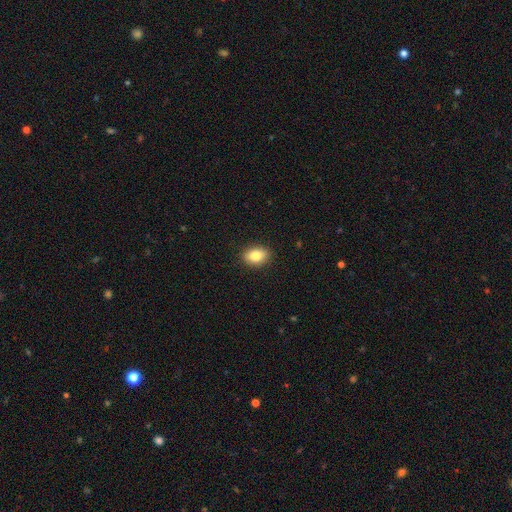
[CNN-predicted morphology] A smooth galaxy with no disk features (84%) that is in between round and cigar-shaped (81%). Merging: none (89%).